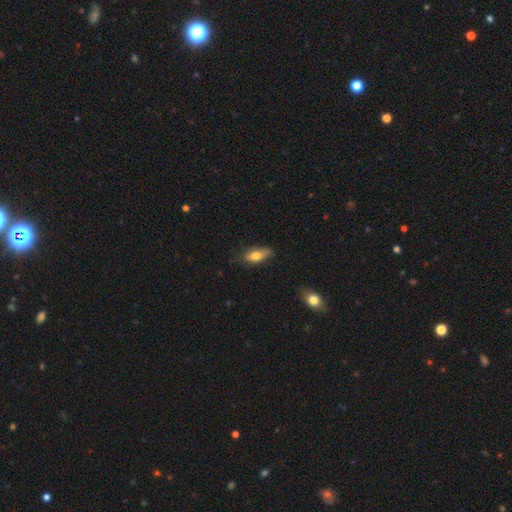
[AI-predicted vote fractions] Smooth or featured: smooth — 71% (featured or disk — 22%)
How rounded: in between — 77% (cigar-shaped — 19%)
Merging: none — 63% (minor disturbance — 29%)